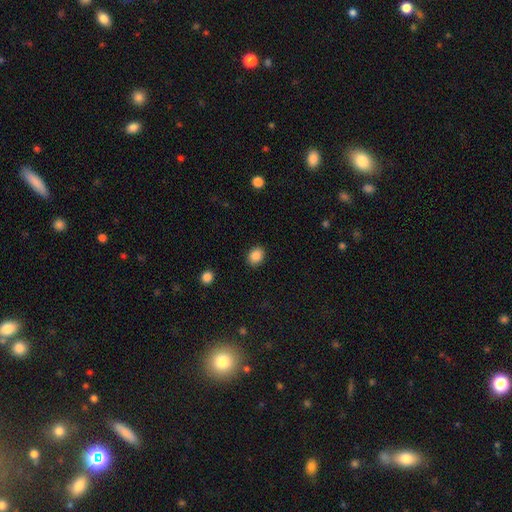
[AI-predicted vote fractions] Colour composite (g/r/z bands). It shows a smooth galaxy with no disk features (88%) that is in between round and cigar-shaped (51%). Merging: none (89%).